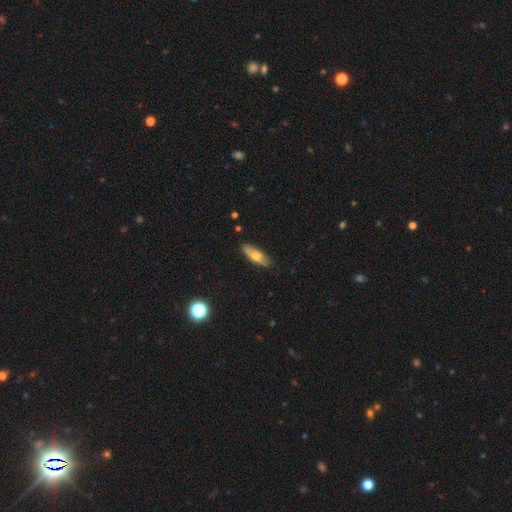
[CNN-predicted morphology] Q: Smooth or featured?
A: smooth (57%); runner-up: featured or disk (36%)
Q: How rounded?
A: in between (56%); runner-up: cigar-shaped (42%)
Q: Merging?
A: none (85%); runner-up: minor disturbance (12%)